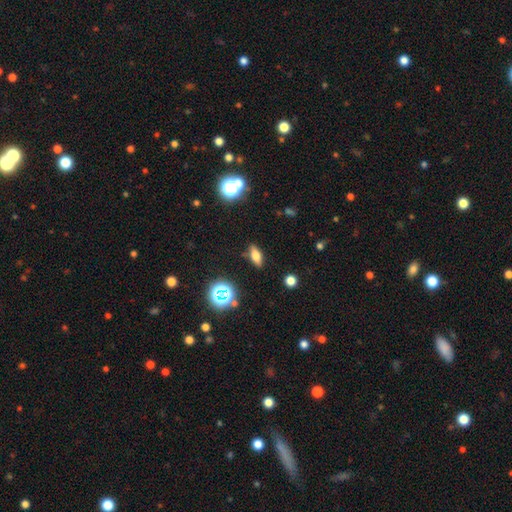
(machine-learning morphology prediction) type=smooth (60%); roundness=in between (65%); merging=none (86%).